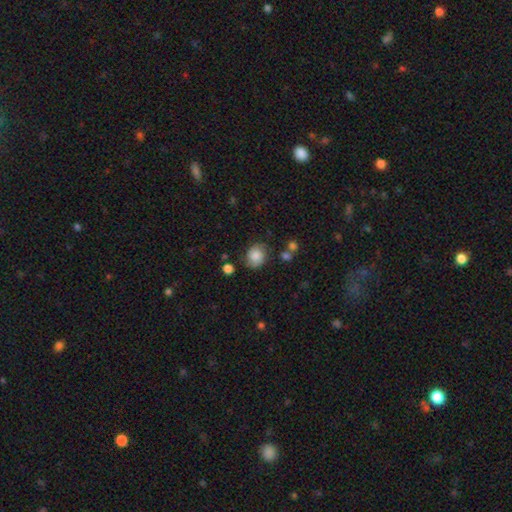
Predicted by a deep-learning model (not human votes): smooth 69%, featured or disk 21%, star or artifact 10%. Down the decision tree: how rounded — round (69%); merging — none (71%).